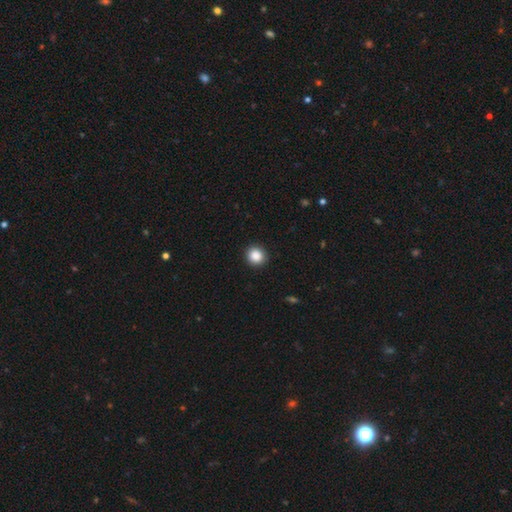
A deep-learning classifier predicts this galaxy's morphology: Smooth or featured: smooth — 87% (star or artifact — 10%)
How rounded: round — 92% (in between — 7%)
Merging: none — 92% (minor disturbance — 5%)